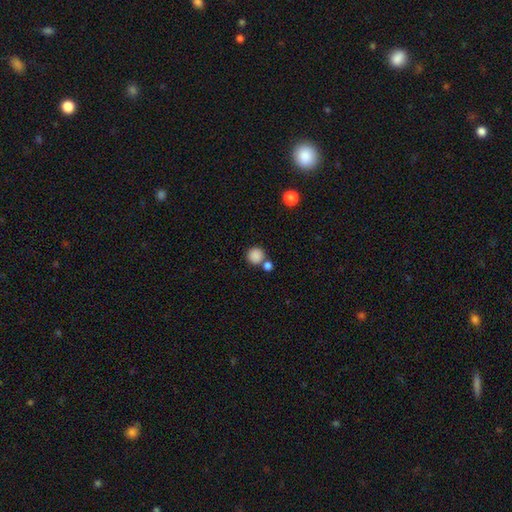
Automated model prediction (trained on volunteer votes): smooth-or-featured: smooth: 86% | star or artifact: 10% | featured or disk: 4%
  how-rounded: round: 92% | in between: 7% | cigar-shaped: 1%
  merging: none: 67% | merger: 22% | minor disturbance: 8% | major disturbance: 3%